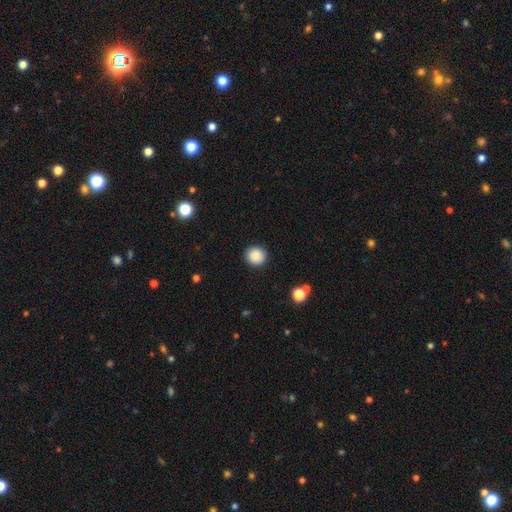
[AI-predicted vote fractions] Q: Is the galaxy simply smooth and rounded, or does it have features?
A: smooth — 88%.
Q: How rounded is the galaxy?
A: round — 93%.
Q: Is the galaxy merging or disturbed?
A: none — 91%.